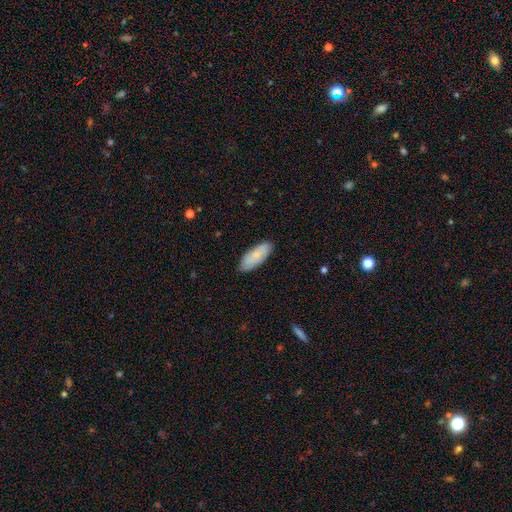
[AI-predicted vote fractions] The model was most divided on "how rounded": in between: 79%, cigar-shaped: 19%, round: 2%. More confident: merging — none (87%); smooth or featured — smooth (78%).